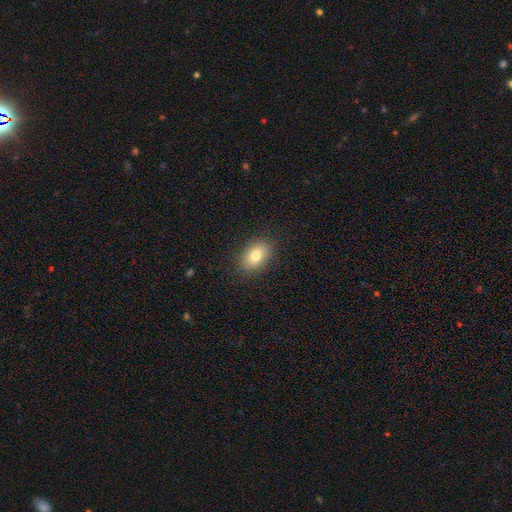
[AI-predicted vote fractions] Smooth or featured? Predicted: smooth (p=0.79). How rounded? Predicted: in between (p=0.84). Merging? Predicted: none (p=0.87).